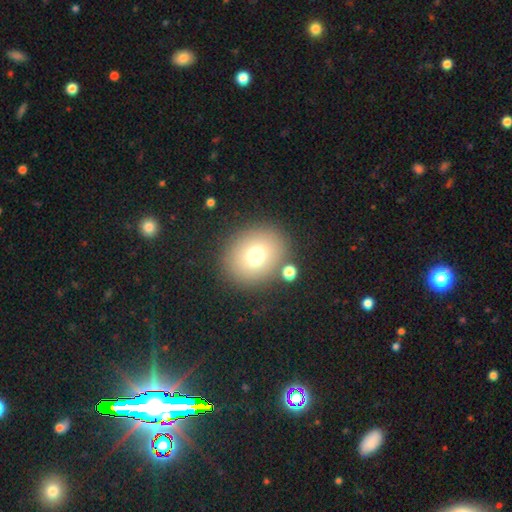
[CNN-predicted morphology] This appears to be a smooth galaxy with no disk features (72%) that is round (63%). Merging: none (81%).